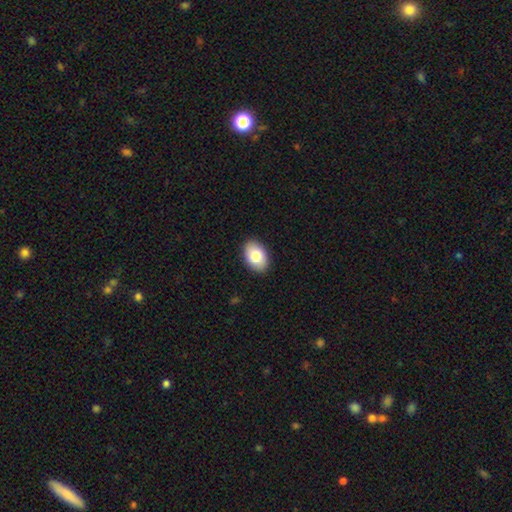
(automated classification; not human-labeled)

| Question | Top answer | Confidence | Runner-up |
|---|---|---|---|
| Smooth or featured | smooth | 82% | featured or disk (12%) |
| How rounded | in between | 87% | round (12%) |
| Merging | none | 89% | minor disturbance (8%) |